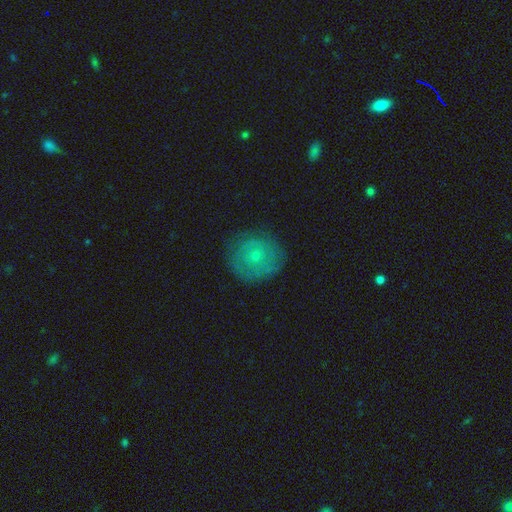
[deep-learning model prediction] Smooth or featured? Predicted: smooth (p=0.52). How rounded? Predicted: round (p=0.90). Merging? Predicted: none (p=0.81).